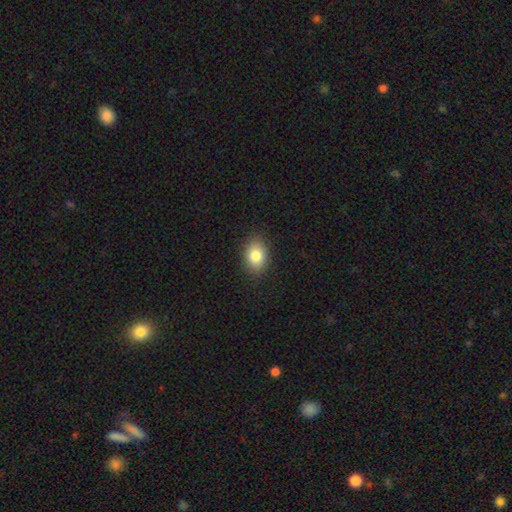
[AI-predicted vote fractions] smooth 82%, star or artifact 9%, featured or disk 9%. Down the decision tree: how rounded — in between (75%); merging — none (88%).